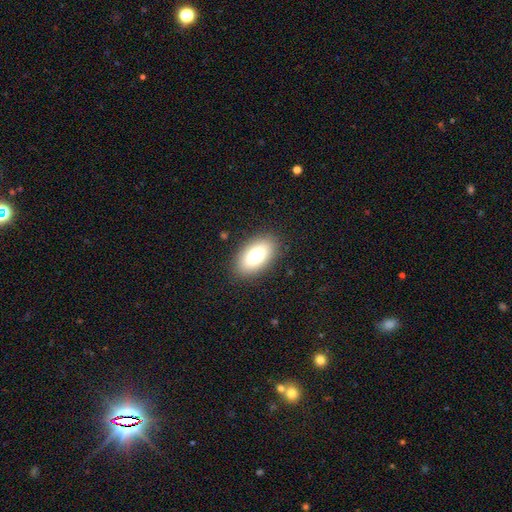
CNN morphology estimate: A smooth galaxy with no disk features (77%) that is in between round and cigar-shaped (91%).

Vote fractions:
- Smooth or featured? smooth: 77% / featured or disk: 14% / star or artifact: 9%
- How rounded? in between: 91% / round: 6% / cigar-shaped: 3%
- Merging? none: 87% / minor disturbance: 9% / major disturbance: 3% / merger: 1%